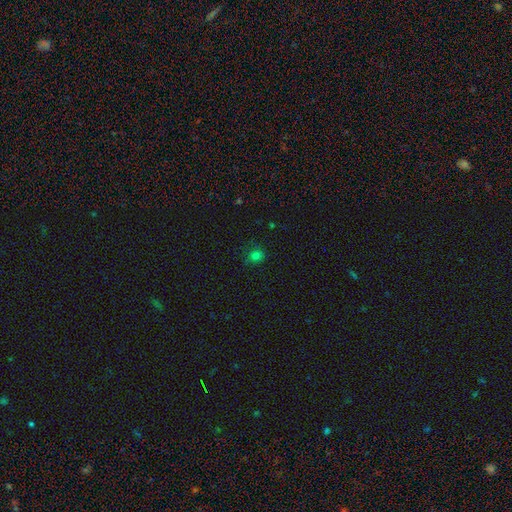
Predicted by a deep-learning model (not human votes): smooth_or_featured: smooth (p=0.73) [alt: star or artifact p=0.22]
how_rounded: round (p=0.77) [alt: in between p=0.22]
merging: none (p=0.75) [alt: minor disturbance p=0.17]